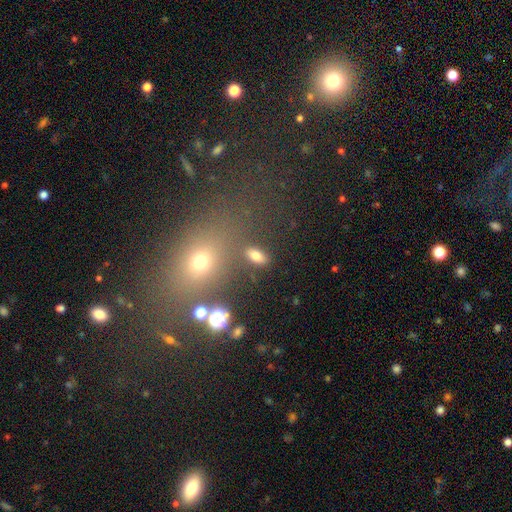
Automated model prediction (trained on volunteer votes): smooth-or-featured: smooth: 78% | star or artifact: 13% | featured or disk: 9%
  how-rounded: in between: 87% | round: 7% | cigar-shaped: 6%
  merging: none: 81% | minor disturbance: 9% | merger: 5% | major disturbance: 4%